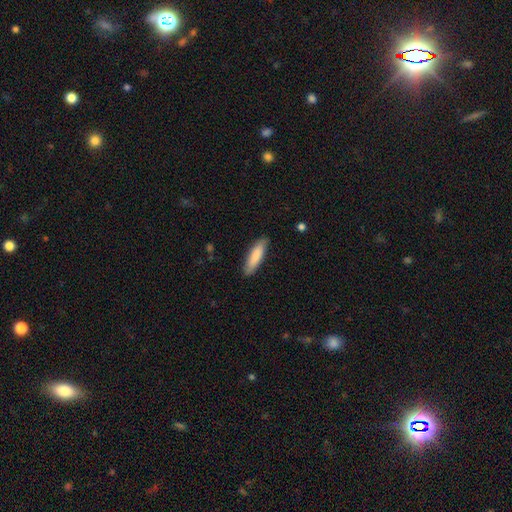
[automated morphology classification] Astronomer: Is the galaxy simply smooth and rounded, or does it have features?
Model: smooth — 83%.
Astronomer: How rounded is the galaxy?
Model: cigar-shaped — 67%.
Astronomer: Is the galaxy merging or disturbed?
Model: none — 86%.